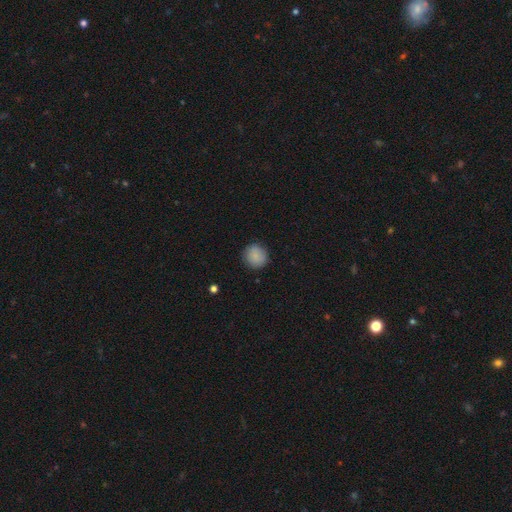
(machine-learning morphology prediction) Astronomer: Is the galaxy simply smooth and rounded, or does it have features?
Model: smooth — 88%.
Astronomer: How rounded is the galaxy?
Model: round — 92%.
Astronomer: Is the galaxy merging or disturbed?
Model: none — 88%.